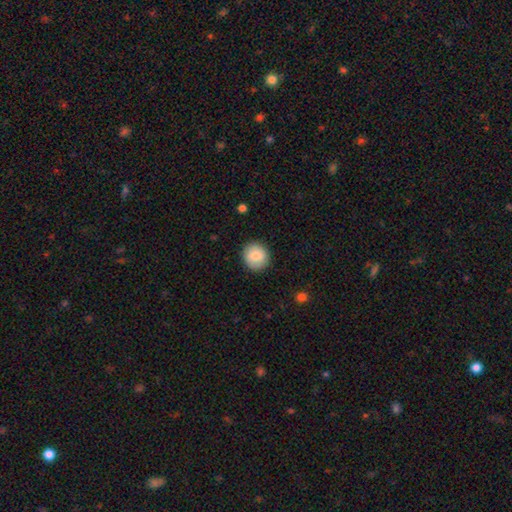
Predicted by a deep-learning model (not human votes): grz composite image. It shows a smooth galaxy with no disk features (81%) that is round (88%). Merging: none (89%).